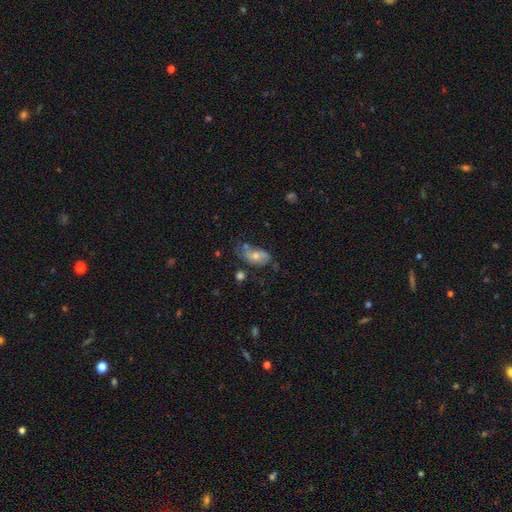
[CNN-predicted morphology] The model was most divided on "smooth or featured": featured or disk: 46%, smooth: 42%, star or artifact: 12%. Remaining: merging — none (48%).